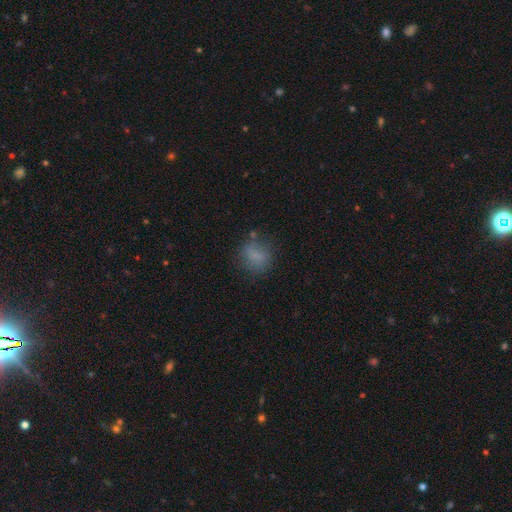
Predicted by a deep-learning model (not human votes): Morphology: type=smooth (74%); roundness=round (64%); merging=none (66%).